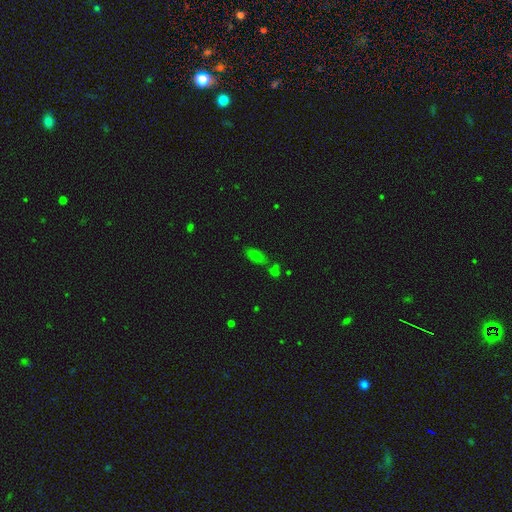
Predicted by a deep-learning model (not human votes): A smooth galaxy with no disk features (65%) that is in between round and cigar-shaped (82%).

Vote fractions:
- Smooth or featured? smooth: 65% / star or artifact: 18% / featured or disk: 17%
- How rounded? in between: 82% / cigar-shaped: 10% / round: 8%
- Merging? none: 68% / merger: 15% / minor disturbance: 13% / major disturbance: 4%